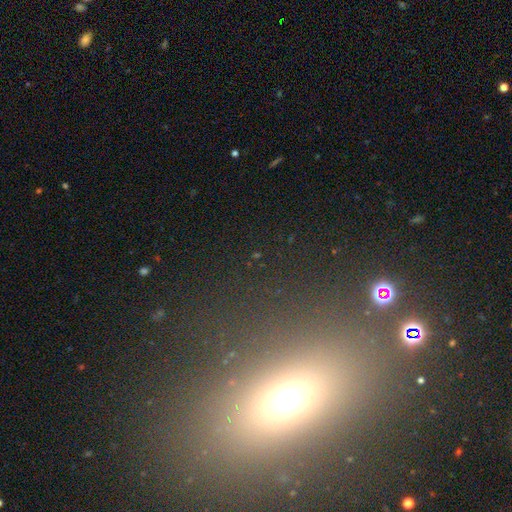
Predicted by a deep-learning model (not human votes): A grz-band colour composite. It shows a star or artifact, not a galaxy (48%).